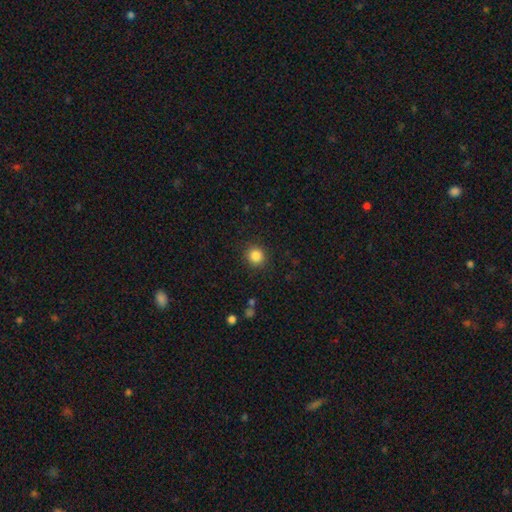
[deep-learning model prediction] smooth-or-featured: smooth: 85% | star or artifact: 11% | featured or disk: 4%
  how-rounded: round: 91% | in between: 8% | cigar-shaped: 1%
  merging: none: 91% | minor disturbance: 6% | major disturbance: 2% | merger: 1%